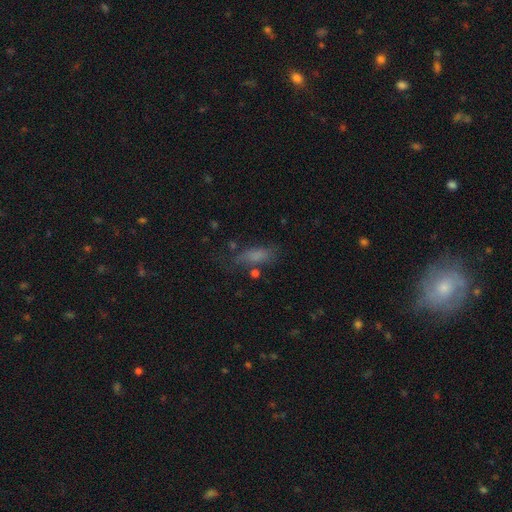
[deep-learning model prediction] This appears to be a smooth galaxy with no disk features (71%) that is in between round and cigar-shaped (63%). Merging: none (53%).